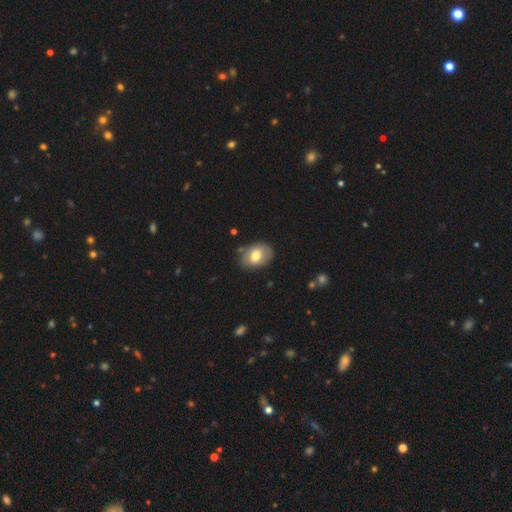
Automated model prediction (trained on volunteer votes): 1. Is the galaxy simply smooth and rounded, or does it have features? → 70% smooth, 23% featured or disk, 7% star or artifact.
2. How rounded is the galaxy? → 75% in between, 24% round, 1% cigar-shaped.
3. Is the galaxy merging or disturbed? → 73% none, 20% minor disturbance, 5% major disturbance, 3% merger.